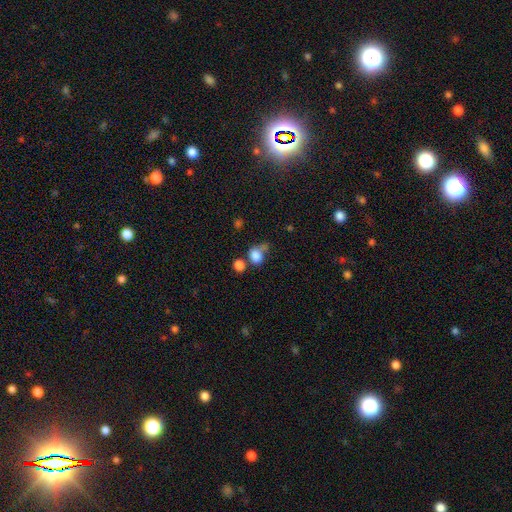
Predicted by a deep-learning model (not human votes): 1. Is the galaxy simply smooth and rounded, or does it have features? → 81% smooth, 11% star or artifact, 8% featured or disk.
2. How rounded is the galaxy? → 61% round, 38% in between, 1% cigar-shaped.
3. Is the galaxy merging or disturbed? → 35% none, 26% merger, 22% minor disturbance, 16% major disturbance.